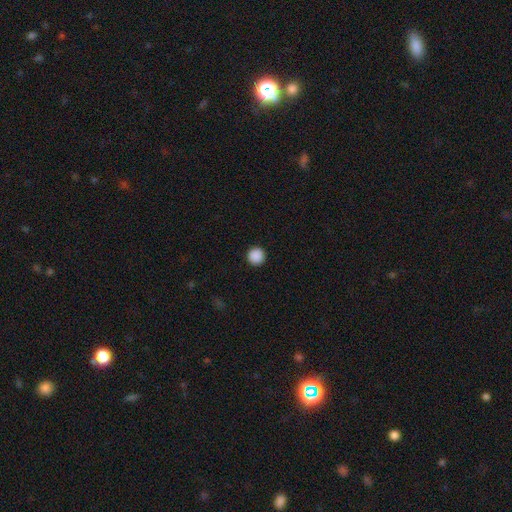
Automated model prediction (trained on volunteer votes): smooth 89%, star or artifact 9%, featured or disk 2%. Down the decision tree: how rounded — round (96%); merging — none (93%).